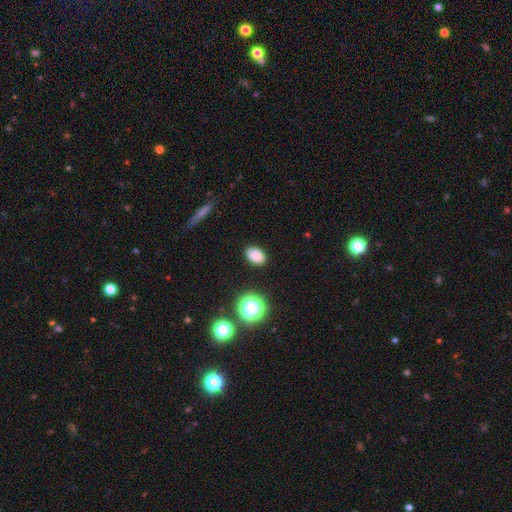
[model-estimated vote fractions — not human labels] A smooth galaxy with no disk features (82%) that is in between round and cigar-shaped (83%).

Vote fractions:
- Smooth or featured? smooth: 82% / star or artifact: 13% / featured or disk: 5%
- How rounded? in between: 83% / round: 16% / cigar-shaped: 1%
- Merging? none: 87% / minor disturbance: 9% / major disturbance: 3% / merger: 1%